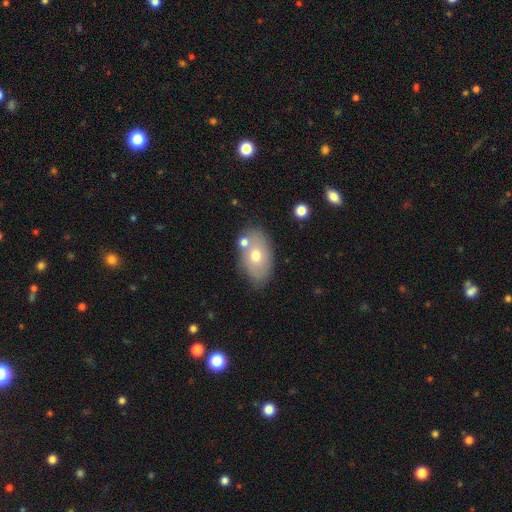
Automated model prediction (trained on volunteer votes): Smooth or featured?
  - smooth: 65% *
  - featured or disk: 27%
  - star or artifact: 8%
How rounded?
  - in between: 88% *
  - round: 10%
  - cigar-shaped: 2%
Merging?
  - none: 67% *
  - minor disturbance: 16%
  - merger: 13%
  - major disturbance: 4%